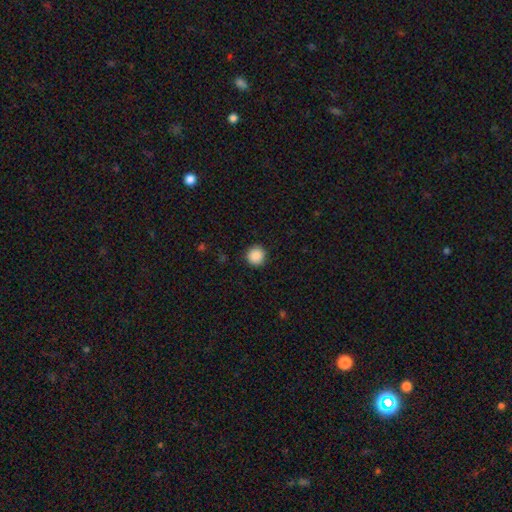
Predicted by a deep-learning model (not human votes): Q: Smooth or featured?
A: smooth (89%); runner-up: star or artifact (9%)
Q: How rounded?
A: round (95%); runner-up: in between (4%)
Q: Merging?
A: none (92%); runner-up: minor disturbance (5%)